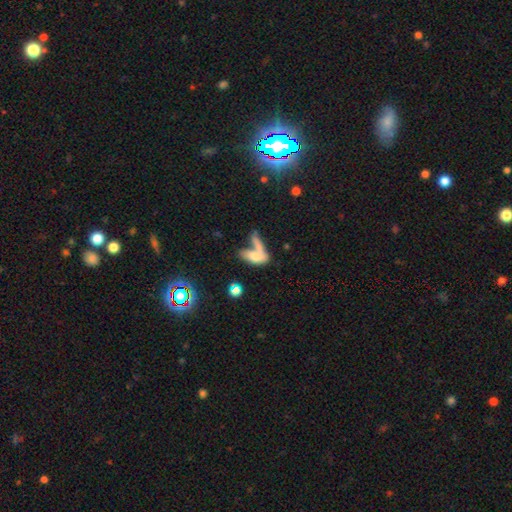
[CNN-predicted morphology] smooth-or-featured: smooth: 65% | featured or disk: 25% | star or artifact: 10%
  how-rounded: in between: 67% | cigar-shaped: 27% | round: 5%
  merging: merger: 52% | none: 28% | minor disturbance: 10% | major disturbance: 10%